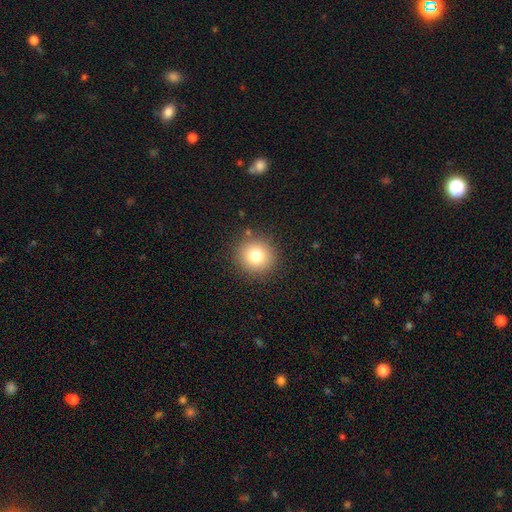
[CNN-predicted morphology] type=smooth (78%); roundness=round (92%); merging=none (89%).